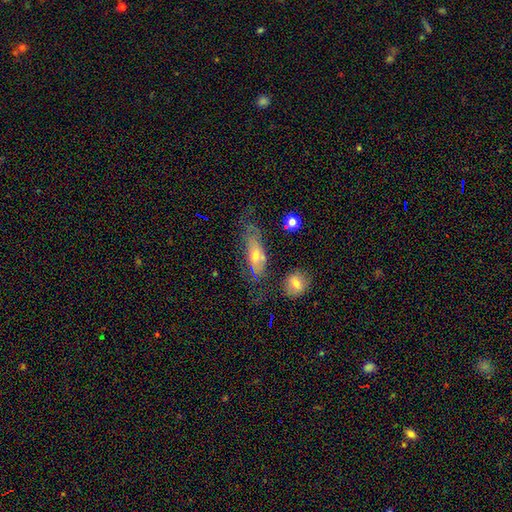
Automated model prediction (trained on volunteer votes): This is possibly a smooth galaxy (50%). How rounded: likely in between (62%). Merging: marginally none (43%).